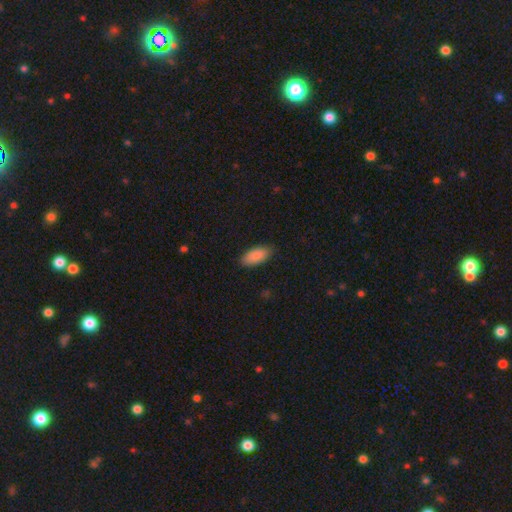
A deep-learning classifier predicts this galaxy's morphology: Smooth or featured? Predicted: smooth (p=0.89). How rounded? Predicted: in between (p=0.88). Merging? Predicted: none (p=0.85).